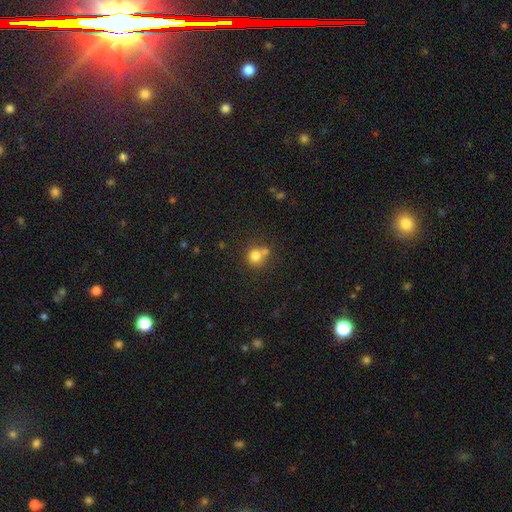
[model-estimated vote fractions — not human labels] A smooth galaxy with no disk features (78%) that is round (89%).

Vote fractions:
- Smooth or featured? smooth: 78% / star or artifact: 13% / featured or disk: 10%
- How rounded? round: 89% / in between: 10% / cigar-shaped: 1%
- Merging? none: 54% / merger: 34% / minor disturbance: 9% / major disturbance: 3%